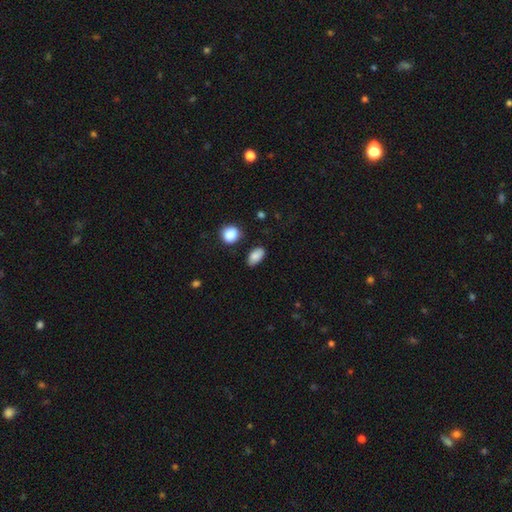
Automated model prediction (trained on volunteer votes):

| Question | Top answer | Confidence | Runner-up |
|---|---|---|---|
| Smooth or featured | smooth | 86% | star or artifact (8%) |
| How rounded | in between | 88% | round (10%) |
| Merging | none | 80% | minor disturbance (14%) |